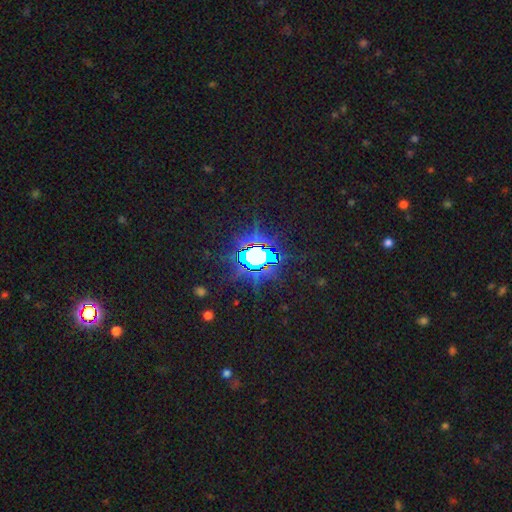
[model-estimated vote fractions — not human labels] Q: Smooth or featured?
A: star or artifact (77%); runner-up: smooth (12%)